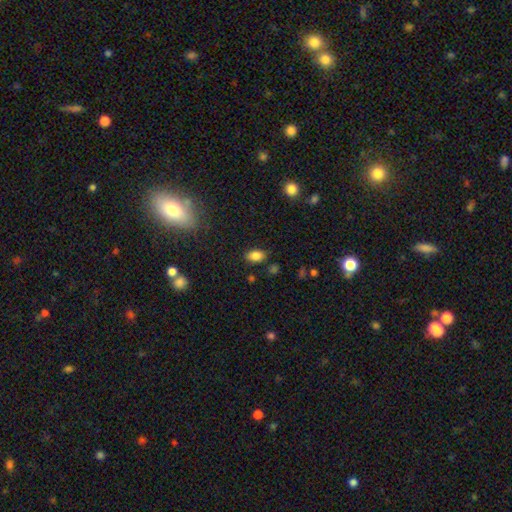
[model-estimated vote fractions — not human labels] Overall: smooth (84%). How rounded: in between (87%). Merging: none (84%).